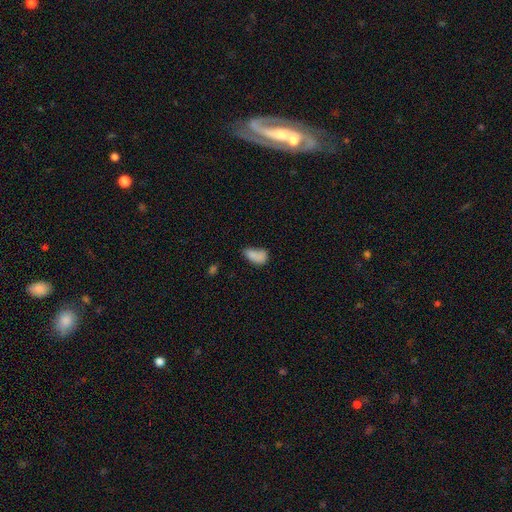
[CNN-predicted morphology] The model was most divided on "merging": none: 39%, minor disturbance: 32%, major disturbance: 18%, merger: 11%. More confident: how rounded — in between (90%); smooth or featured — smooth (80%).